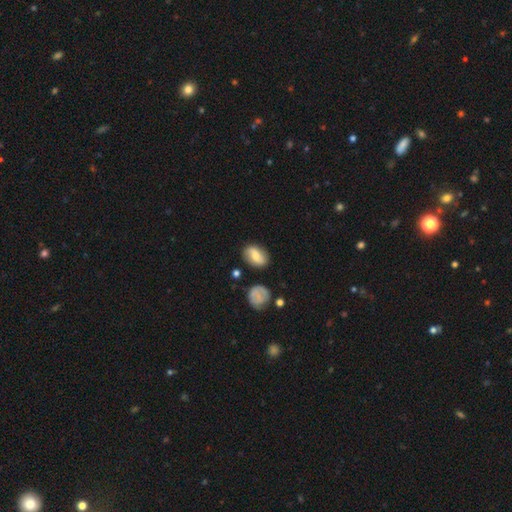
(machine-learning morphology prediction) A smooth galaxy with no disk features (64%) that is in between round and cigar-shaped (82%).

Vote fractions:
- Smooth or featured? smooth: 64% / featured or disk: 28% / star or artifact: 8%
- How rounded? in between: 82% / round: 16% / cigar-shaped: 3%
- Merging? none: 77% / minor disturbance: 16% / major disturbance: 4% / merger: 3%